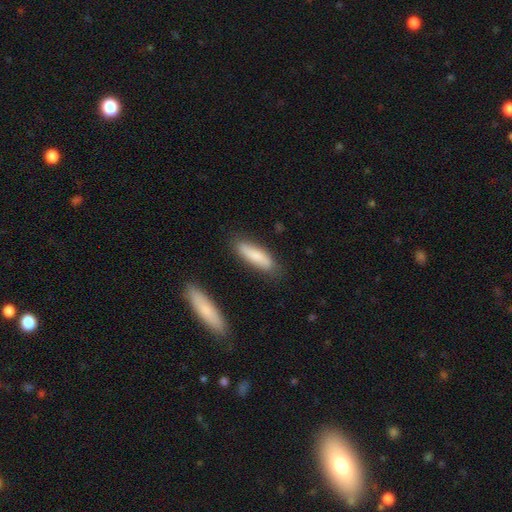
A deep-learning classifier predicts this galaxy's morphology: smooth_or_featured: smooth (p=0.77) [alt: featured or disk p=0.17]
how_rounded: cigar-shaped (p=0.59) [alt: in between p=0.39]
merging: none (p=0.79) [alt: minor disturbance p=0.14]